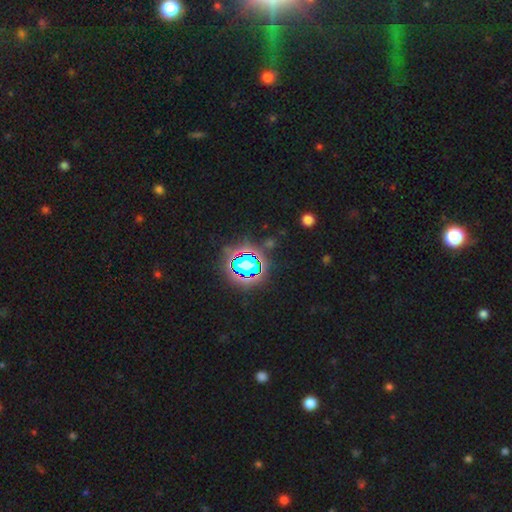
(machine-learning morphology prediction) star or artifact 81%, smooth 12%, featured or disk 7%.